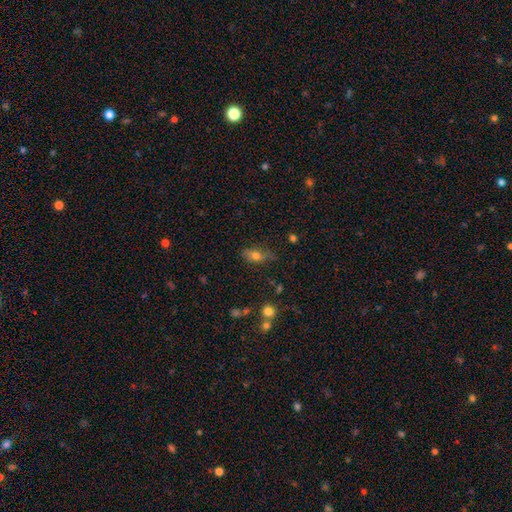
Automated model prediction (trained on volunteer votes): A smooth galaxy with no disk features (71%) that is in between round and cigar-shaped (79%).

Vote fractions:
- Smooth or featured? smooth: 71% / featured or disk: 18% / star or artifact: 11%
- How rounded? in between: 79% / round: 10% / cigar-shaped: 10%
- Merging? none: 69% / minor disturbance: 22% / major disturbance: 6% / merger: 3%